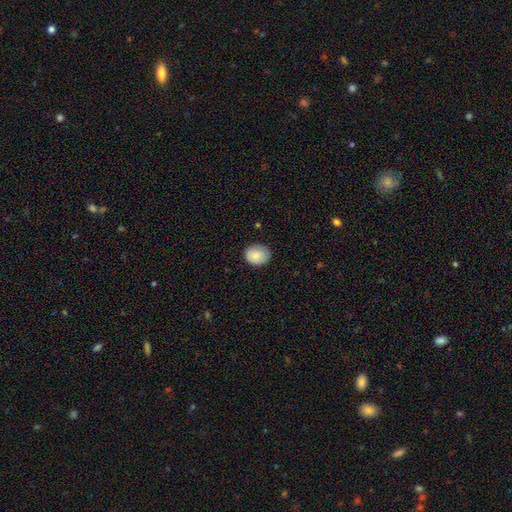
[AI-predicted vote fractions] smooth_or_featured: smooth (p=0.84) [alt: featured or disk p=0.08]
how_rounded: round (p=0.56) [alt: in between p=0.43]
merging: none (p=0.81) [alt: minor disturbance p=0.16]